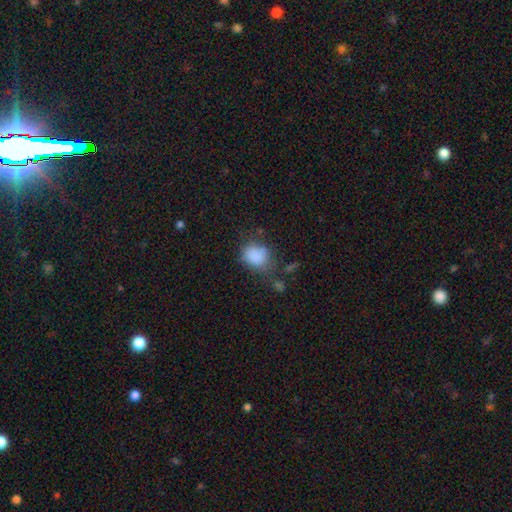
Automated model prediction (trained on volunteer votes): This is clearly a smooth galaxy (82%). How rounded: possibly in between (52%). Merging: possibly none (46%).